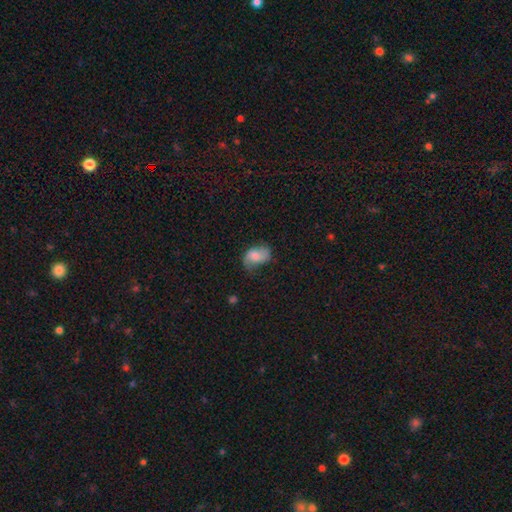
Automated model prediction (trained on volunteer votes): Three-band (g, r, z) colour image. It shows a smooth galaxy with no disk features (62%) that is in between round and cigar-shaped (85%). Merging: none (46%).